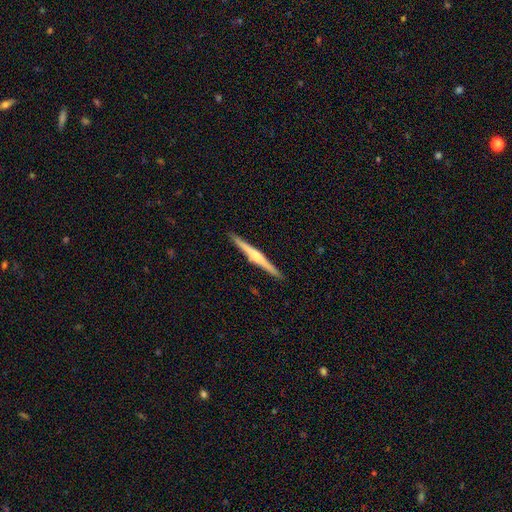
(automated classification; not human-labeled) This appears to be a featured or disk galaxy (71%) viewed edge-on (98%) with a rounded central bulge (79%). Merging: none (92%).